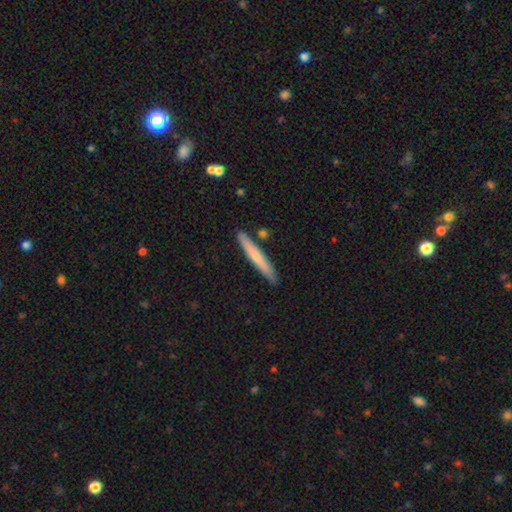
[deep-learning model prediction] smooth-or-featured: smooth: 66% | featured or disk: 29% | star or artifact: 5%
  how-rounded: cigar-shaped: 96% | in between: 3% | round: 1%
  merging: none: 88% | minor disturbance: 8% | merger: 3% | major disturbance: 2%